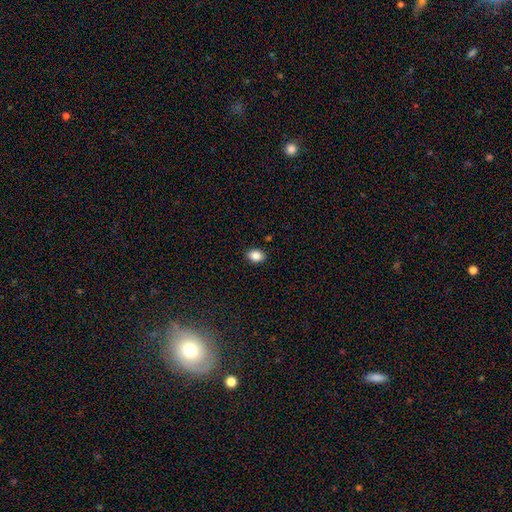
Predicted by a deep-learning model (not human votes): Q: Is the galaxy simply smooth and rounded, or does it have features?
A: smooth — 86%.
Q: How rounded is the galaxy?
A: in between — 69%.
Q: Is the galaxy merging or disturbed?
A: none — 89%.